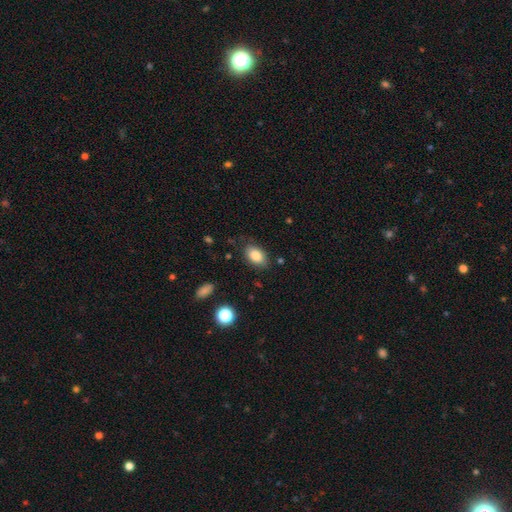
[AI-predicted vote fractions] This appears to be a smooth galaxy with no disk features (84%) that is in between round and cigar-shaped (89%). Merging: none (79%).